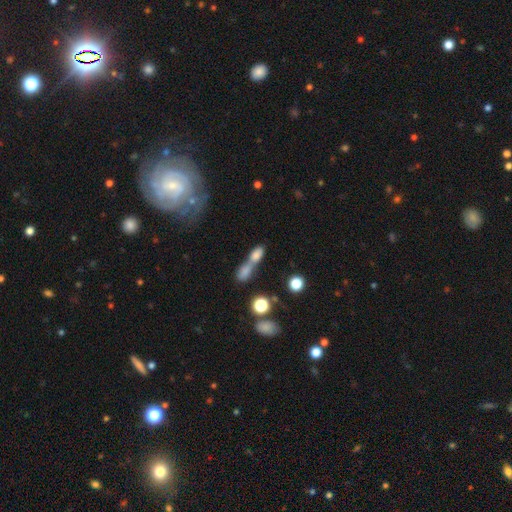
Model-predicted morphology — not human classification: A smooth galaxy with no disk features (73%) that is in between round and cigar-shaped (64%). Merging: merger (69%).